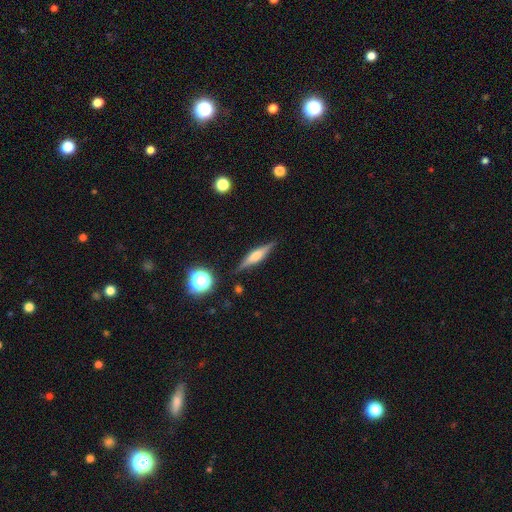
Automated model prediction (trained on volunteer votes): smooth_or_featured: featured or disk (p=0.67) [alt: smooth p=0.25]
disk_edge_on: yes (p=0.97) [alt: no p=0.03]
edge_on_bulge: rounded (p=0.74) [alt: boxy p=0.21]
merging: none (p=0.86) [alt: minor disturbance p=0.10]